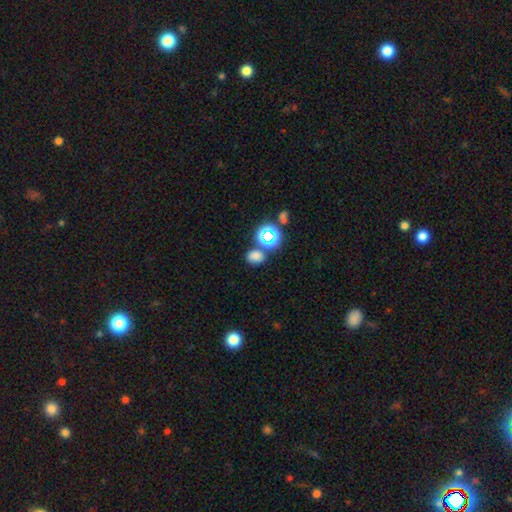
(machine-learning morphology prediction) smooth 70%, star or artifact 24%, featured or disk 6%. Down the decision tree: how rounded — in between (57%); merging — none (69%).